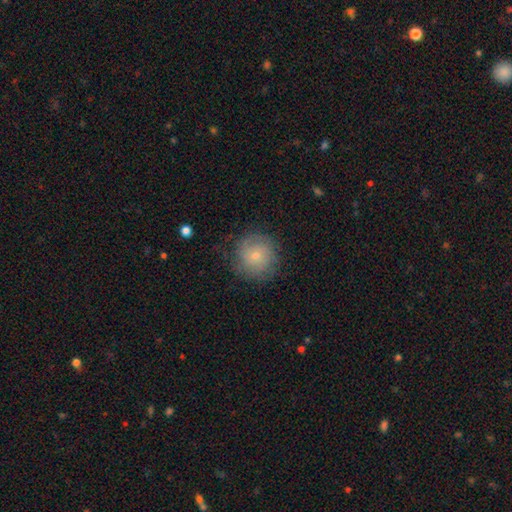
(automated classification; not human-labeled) A smooth galaxy with no disk features (62%) that is round (93%).

Vote fractions:
- Smooth or featured? smooth: 62% / featured or disk: 29% / star or artifact: 8%
- How rounded? round: 93% / in between: 6% / cigar-shaped: 1%
- Merging? none: 76% / minor disturbance: 17% / major disturbance: 6% / merger: 1%